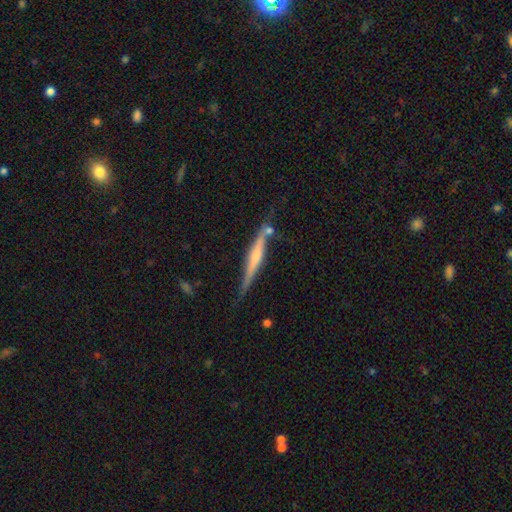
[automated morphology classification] A featured or disk galaxy (65%) viewed edge-on (95%) with a rounded central bulge (53%). Merging: none (65%).